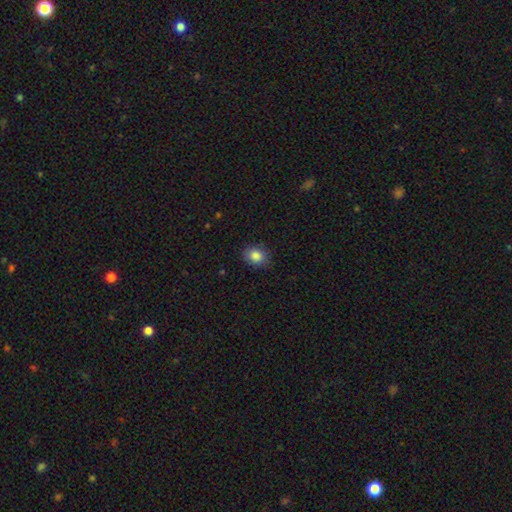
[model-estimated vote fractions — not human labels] Overall: smooth (86%). How rounded: in between (50%; round 49%). Merging: none (85%).